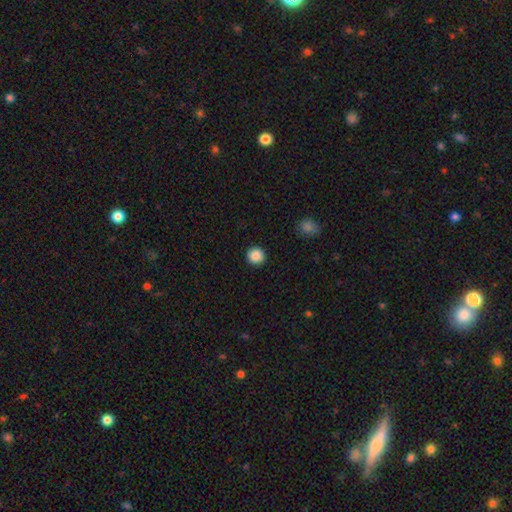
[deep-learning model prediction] A smooth galaxy with no disk features (88%) that is round (94%). Merging: none (92%).